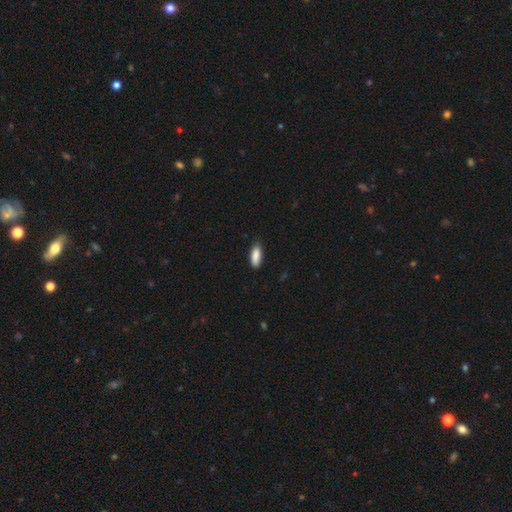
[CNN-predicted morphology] Smooth or featured? smooth (89%)
How rounded? in between (70%)
Merging? none (79%)